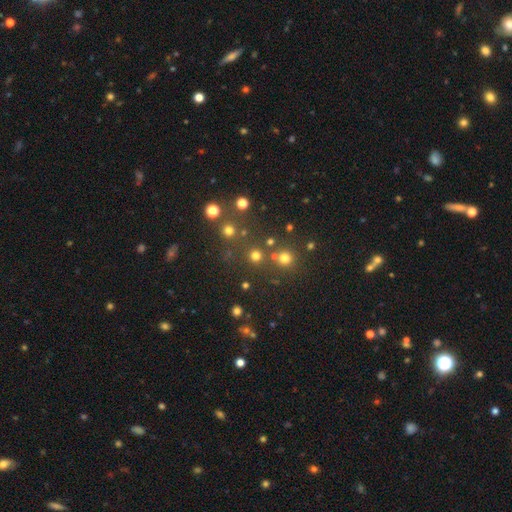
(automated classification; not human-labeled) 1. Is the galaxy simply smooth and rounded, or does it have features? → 72% smooth, 23% star or artifact, 6% featured or disk.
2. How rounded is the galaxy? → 93% round, 6% in between, 1% cigar-shaped.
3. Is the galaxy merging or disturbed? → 77% none, 13% merger, 7% minor disturbance, 3% major disturbance.